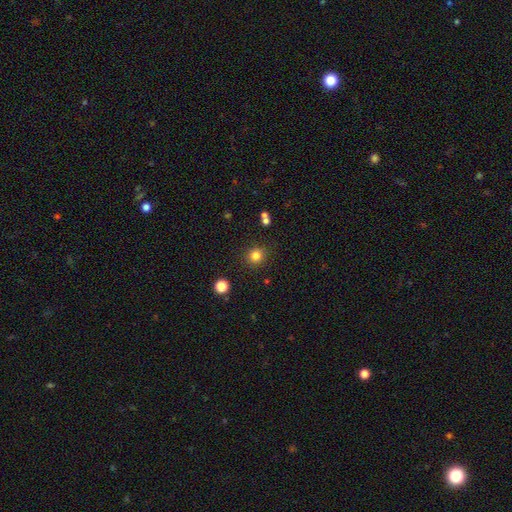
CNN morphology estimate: This appears to be a smooth galaxy with no disk features (81%) that is round (88%). Merging: none (88%).